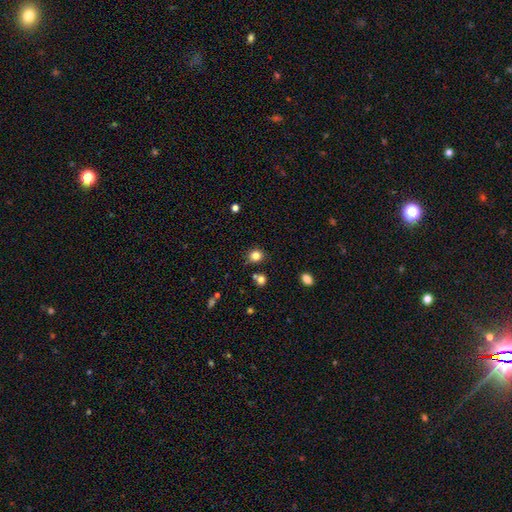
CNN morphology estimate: Smooth or featured?
  - smooth: 81% *
  - star or artifact: 13%
  - featured or disk: 5%
How rounded?
  - round: 85% *
  - in between: 15%
  - cigar-shaped: 1%
Merging?
  - none: 82% *
  - minor disturbance: 10%
  - merger: 5%
  - major disturbance: 3%